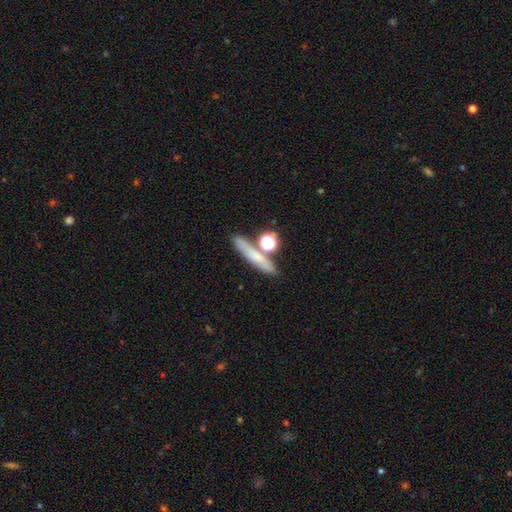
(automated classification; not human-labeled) Overall: smooth (60%; featured or disk 25%). How rounded: cigar-shaped (67%). Merging: none (72%).